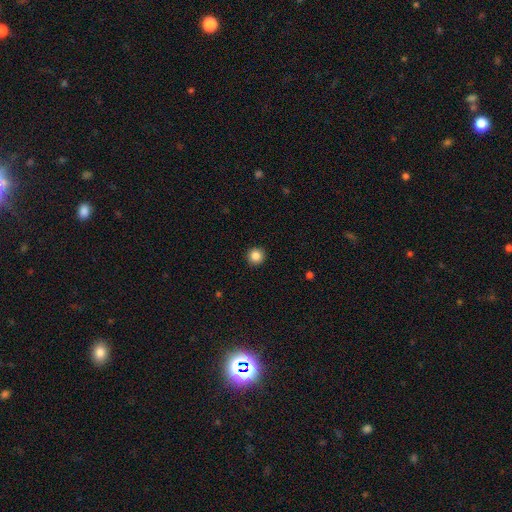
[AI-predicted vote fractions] A smooth galaxy with no disk features (86%) that is round (95%).

Vote fractions:
- Smooth or featured? smooth: 86% / star or artifact: 10% / featured or disk: 4%
- How rounded? round: 95% / in between: 4% / cigar-shaped: 1%
- Merging? none: 93% / minor disturbance: 5% / major disturbance: 2% / merger: 1%